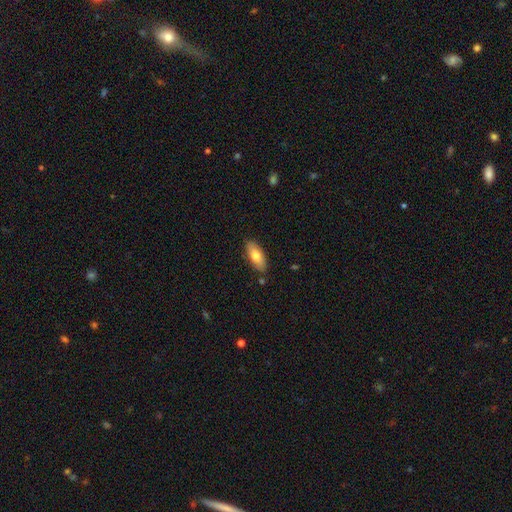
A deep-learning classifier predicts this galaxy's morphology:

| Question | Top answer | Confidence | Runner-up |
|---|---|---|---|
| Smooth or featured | smooth | 75% | featured or disk (19%) |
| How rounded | in between | 81% | cigar-shaped (17%) |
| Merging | none | 84% | minor disturbance (11%) |